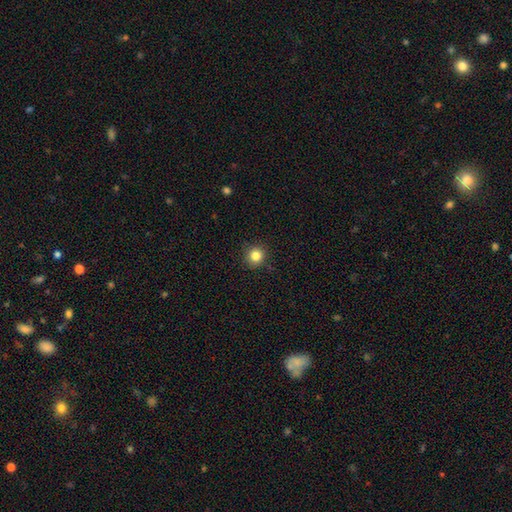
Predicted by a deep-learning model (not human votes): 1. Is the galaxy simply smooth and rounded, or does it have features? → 83% smooth, 12% star or artifact, 5% featured or disk.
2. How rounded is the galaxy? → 93% round, 7% in between, 1% cigar-shaped.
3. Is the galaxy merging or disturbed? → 90% none, 7% minor disturbance, 2% major disturbance, 1% merger.